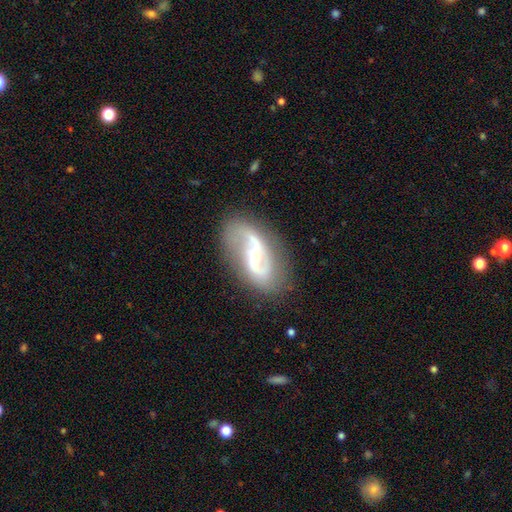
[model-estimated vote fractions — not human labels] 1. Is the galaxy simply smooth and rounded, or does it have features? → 86% featured or disk, 9% smooth, 6% star or artifact.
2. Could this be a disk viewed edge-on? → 96% no, 4% yes.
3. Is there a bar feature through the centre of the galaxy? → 41% weak, 36% no, 22% strong.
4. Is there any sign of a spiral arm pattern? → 94% yes, 6% no.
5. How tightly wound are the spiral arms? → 50% loose, 39% medium, 11% tight.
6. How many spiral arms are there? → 88% 2, 4% can't tell, 4% 1, 1% 3, 1% 4, 1% more than 4.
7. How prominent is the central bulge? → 66% small, 29% moderate, 2% none, 2% large, 1% dominant.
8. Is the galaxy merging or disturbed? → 75% none, 16% minor disturbance, 7% major disturbance, 2% merger.